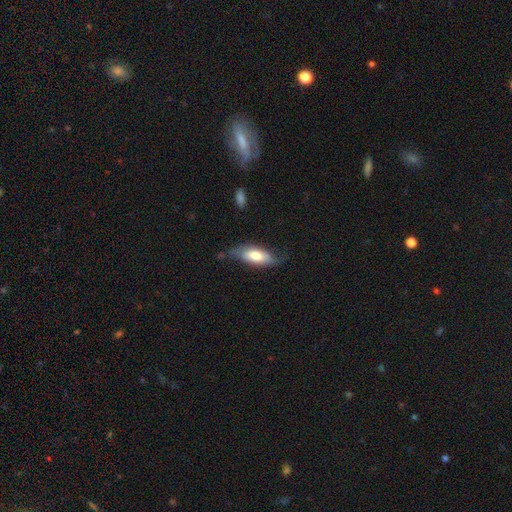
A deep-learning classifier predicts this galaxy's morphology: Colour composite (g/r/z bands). It shows a smooth galaxy with no disk features (61%) that is in between round and cigar-shaped (76%). Merging: none (57%).